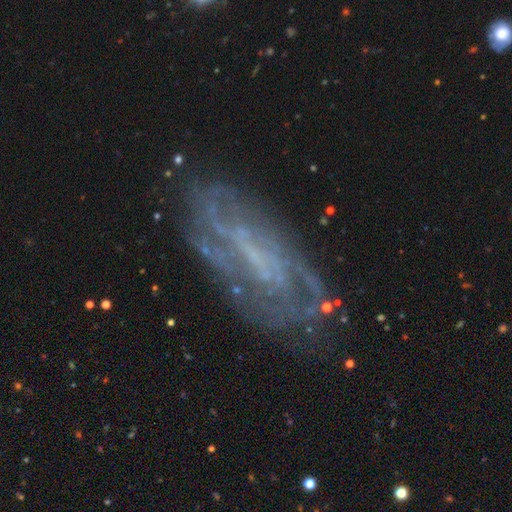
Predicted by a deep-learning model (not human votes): Smooth or featured? featured or disk (71%)
Edge-on disk? no (87%)
Bar? no (43%)
Spiral arms? yes (70%)
Bulge size? none (50%)
Merging? none (69%)